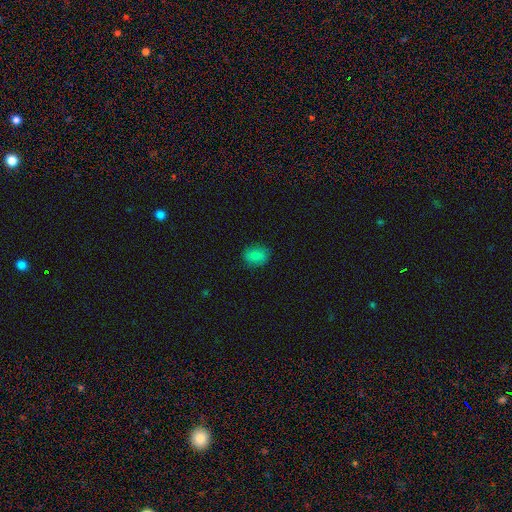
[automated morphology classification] A smooth galaxy with no disk features (82%) that is in between round and cigar-shaped (54%). Merging: none (83%).